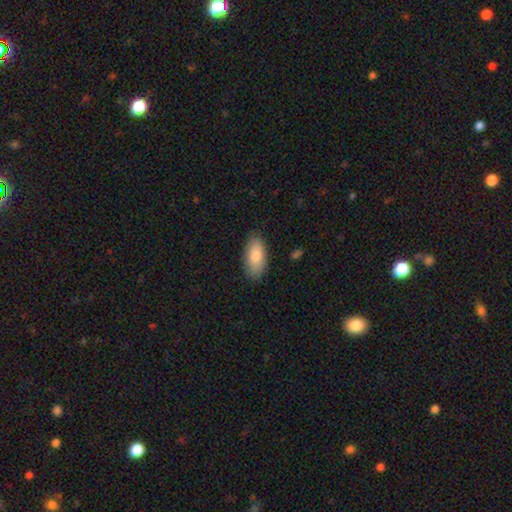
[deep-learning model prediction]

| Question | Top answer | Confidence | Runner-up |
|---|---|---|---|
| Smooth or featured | smooth | 85% | featured or disk (9%) |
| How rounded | in between | 90% | cigar-shaped (8%) |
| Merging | none | 85% | minor disturbance (12%) |